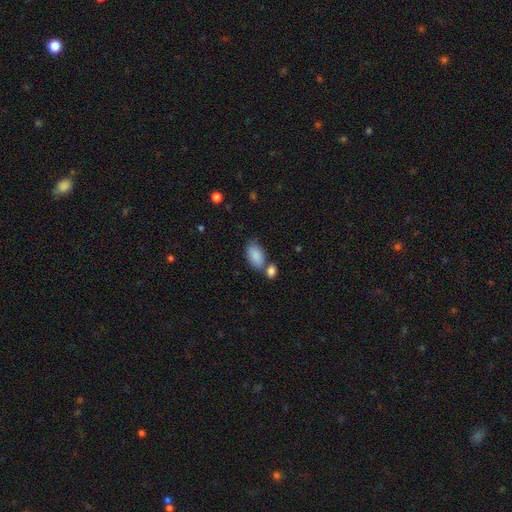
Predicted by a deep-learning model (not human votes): smooth 87%, star or artifact 7%, featured or disk 6%. Down the decision tree: how rounded — in between (93%); merging — none (53%).